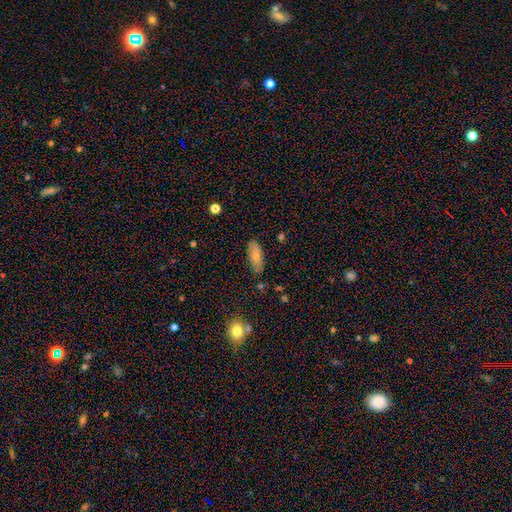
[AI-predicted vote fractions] Smooth or featured?
  - smooth: 72% *
  - featured or disk: 20%
  - star or artifact: 7%
How rounded?
  - in between: 83% *
  - cigar-shaped: 15%
  - round: 3%
Merging?
  - none: 83% *
  - minor disturbance: 13%
  - major disturbance: 3%
  - merger: 2%